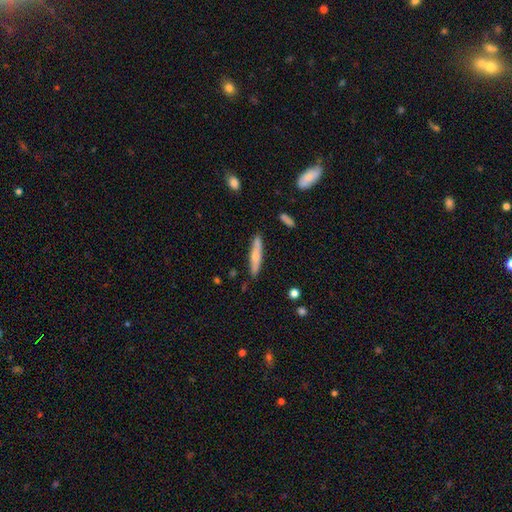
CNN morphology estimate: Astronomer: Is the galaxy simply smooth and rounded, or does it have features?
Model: smooth — 57% (runner-up: featured or disk, 37%).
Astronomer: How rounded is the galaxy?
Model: cigar-shaped — 88%.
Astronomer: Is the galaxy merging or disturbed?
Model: none — 84%.